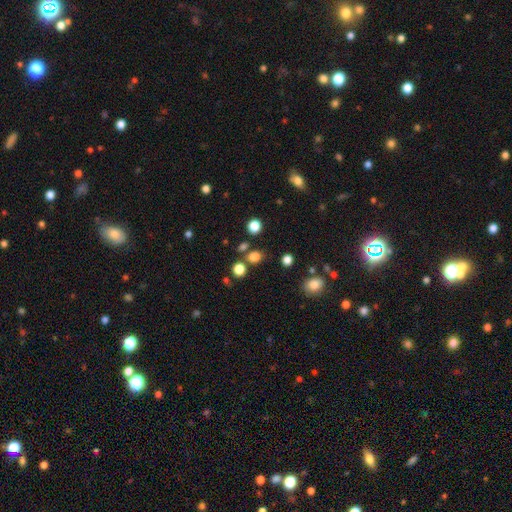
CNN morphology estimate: This is likely a smooth galaxy (77%). How rounded: likely round (69%). Merging: likely none (74%).